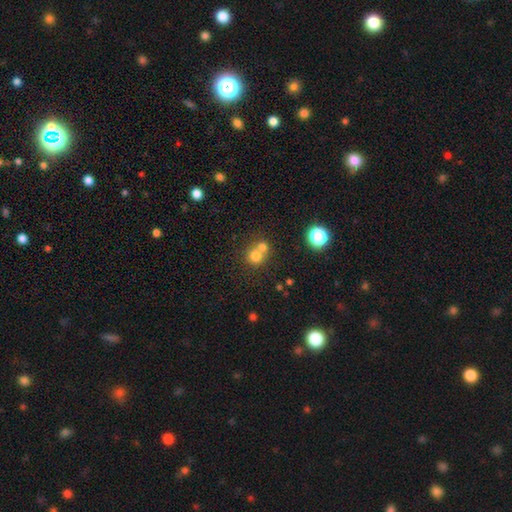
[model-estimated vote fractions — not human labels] Smooth or featured? smooth (72%)
How rounded? round (85%)
Merging? merger (55%)